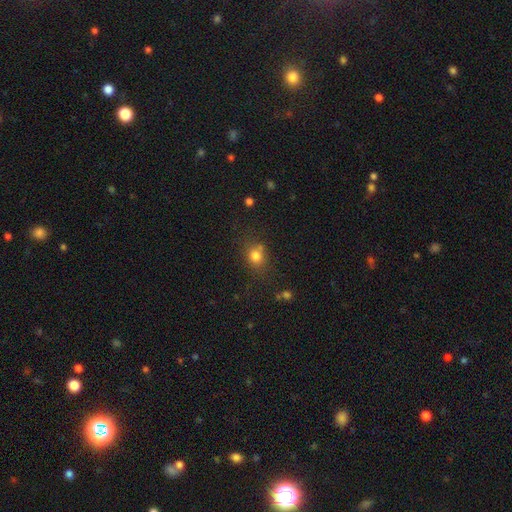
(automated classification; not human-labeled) smooth_or_featured: smooth (p=0.78) [alt: star or artifact p=0.14]
how_rounded: round (p=0.68) [alt: in between p=0.31]
merging: none (p=0.68) [alt: minor disturbance p=0.16]